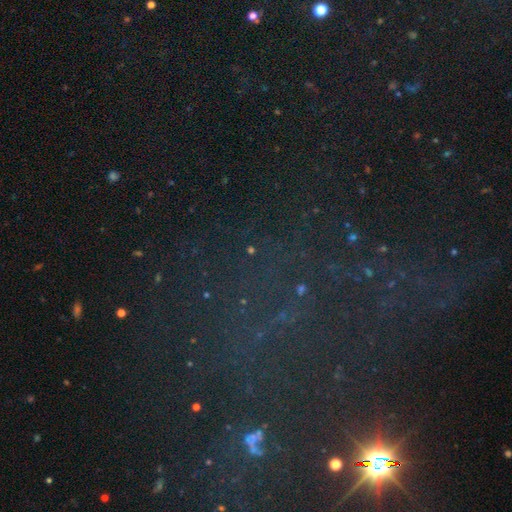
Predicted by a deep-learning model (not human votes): A star or artifact, not a galaxy (72%).

Vote fractions:
- Smooth or featured? star or artifact: 72% / smooth: 15% / featured or disk: 13%